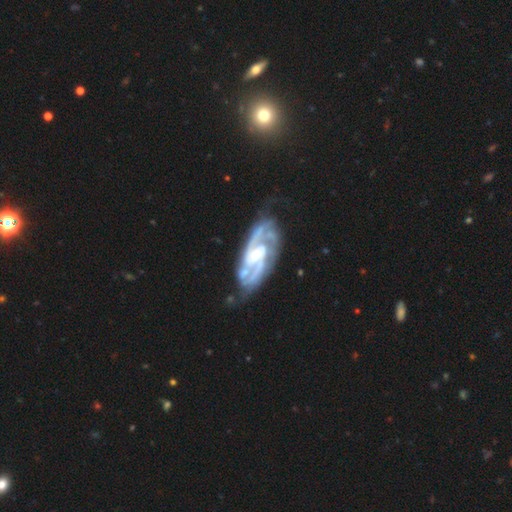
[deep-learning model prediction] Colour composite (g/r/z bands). It shows a featured or disk galaxy (92%) with no bar (42%), 2 (55%) tight (47%) spiral arms (98%) and a small central bulge (49%). Merging: none (70%).